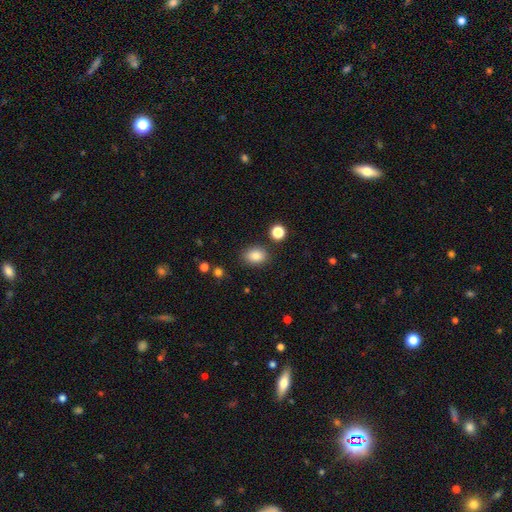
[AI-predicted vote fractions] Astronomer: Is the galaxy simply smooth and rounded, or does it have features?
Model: smooth — 84%.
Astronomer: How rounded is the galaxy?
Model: in between — 69%.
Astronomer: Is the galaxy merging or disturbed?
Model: none — 84%.